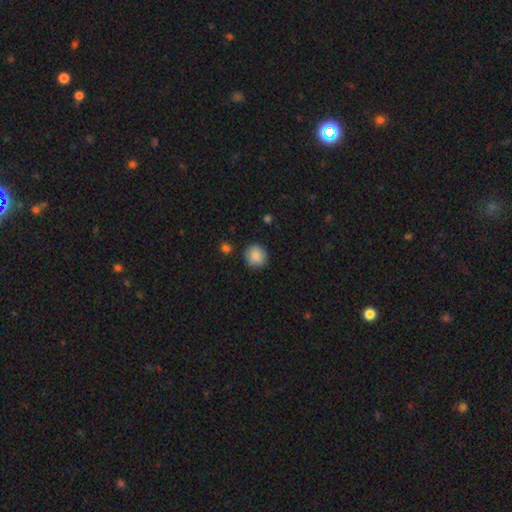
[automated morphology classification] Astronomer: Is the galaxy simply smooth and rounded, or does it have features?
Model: smooth — 88%.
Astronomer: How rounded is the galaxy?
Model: round — 90%.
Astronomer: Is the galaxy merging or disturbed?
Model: none — 87%.